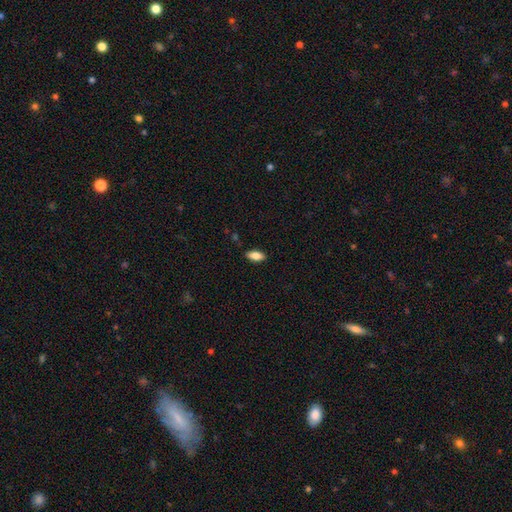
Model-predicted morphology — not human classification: The model was most divided on "smooth or featured": smooth: 82%, featured or disk: 11%, star or artifact: 7%. More confident: merging — none (87%); how rounded — in between (86%).